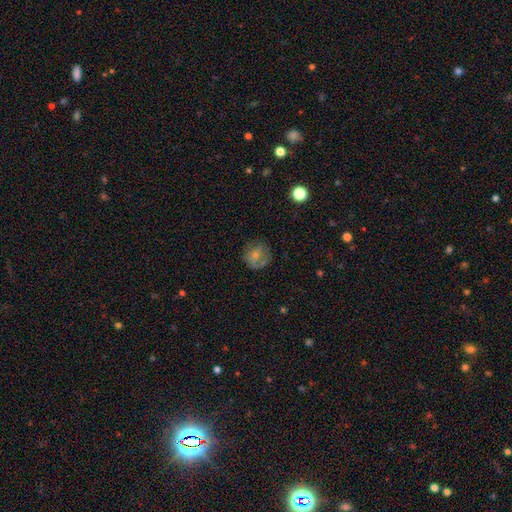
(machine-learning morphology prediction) This appears to be a smooth galaxy with no disk features (63%) that is round (79%). Merging: none (61%).